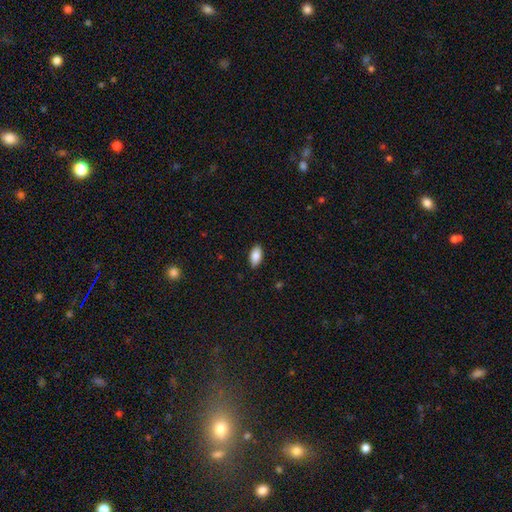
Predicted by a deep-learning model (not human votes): Q: Smooth or featured?
A: smooth (87%); runner-up: star or artifact (7%)
Q: How rounded?
A: in between (93%); runner-up: cigar-shaped (4%)
Q: Merging?
A: none (89%); runner-up: minor disturbance (9%)